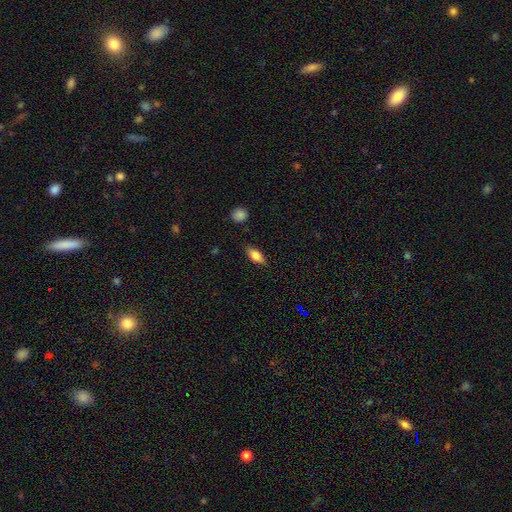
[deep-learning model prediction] Q: Smooth or featured?
A: smooth (78%); runner-up: featured or disk (14%)
Q: How rounded?
A: in between (81%); runner-up: cigar-shaped (14%)
Q: Merging?
A: none (82%); runner-up: minor disturbance (14%)